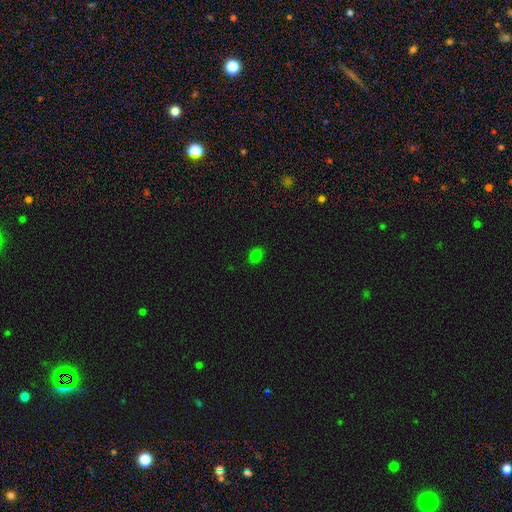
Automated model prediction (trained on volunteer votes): Q: Smooth or featured?
A: smooth (80%); runner-up: star or artifact (16%)
Q: How rounded?
A: in between (57%); runner-up: round (42%)
Q: Merging?
A: none (87%); runner-up: minor disturbance (9%)